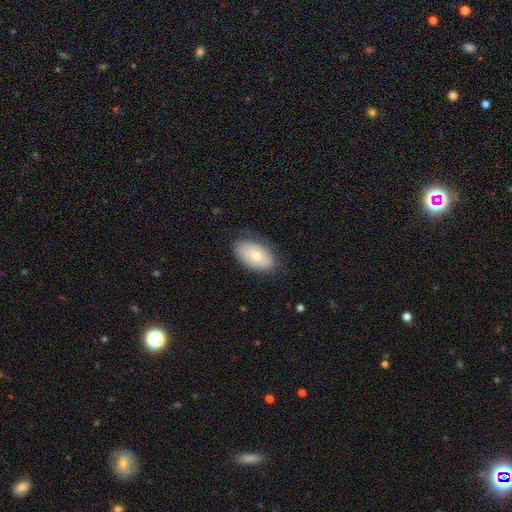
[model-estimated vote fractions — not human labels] A smooth galaxy with no disk features (63%) that is in between round and cigar-shaped (93%). Merging: none (76%).